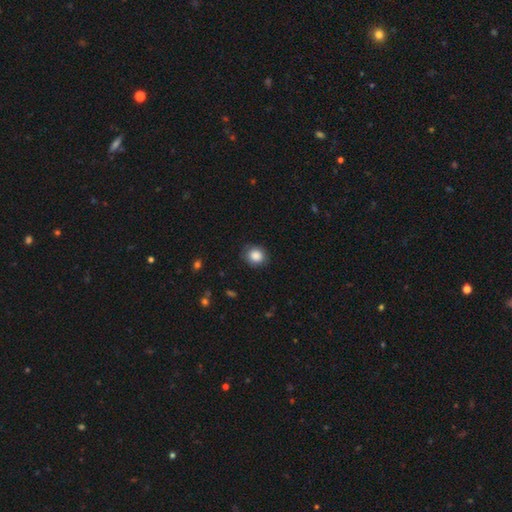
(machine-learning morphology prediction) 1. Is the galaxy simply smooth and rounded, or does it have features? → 87% smooth, 9% star or artifact, 4% featured or disk.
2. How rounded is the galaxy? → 76% round, 23% in between, 1% cigar-shaped.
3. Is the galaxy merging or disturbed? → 85% none, 11% minor disturbance, 3% major disturbance, 1% merger.